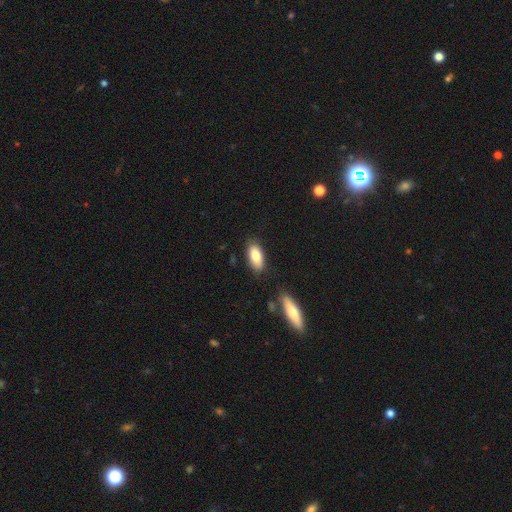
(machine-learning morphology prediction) Smooth or featured? Predicted: smooth (p=0.82). How rounded? Predicted: in between (p=0.87). Merging? Predicted: none (p=0.81).